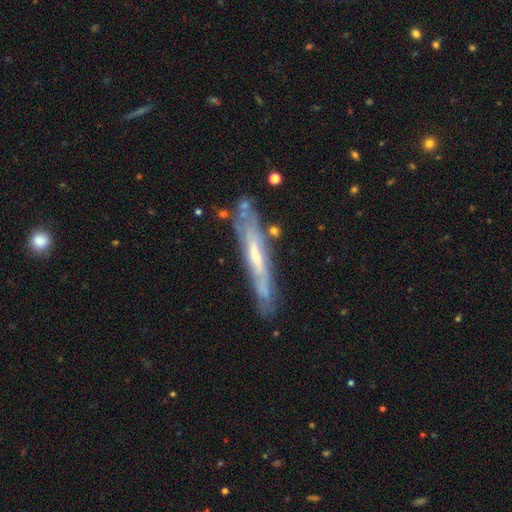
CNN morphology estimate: Q: Smooth or featured?
A: featured or disk (69%); runner-up: smooth (24%)
Q: Edge-on disk?
A: yes (74%); runner-up: no (26%)
Q: Edge-on bulge?
A: none (56%); runner-up: rounded (35%)
Q: Merging?
A: none (74%); runner-up: minor disturbance (17%)